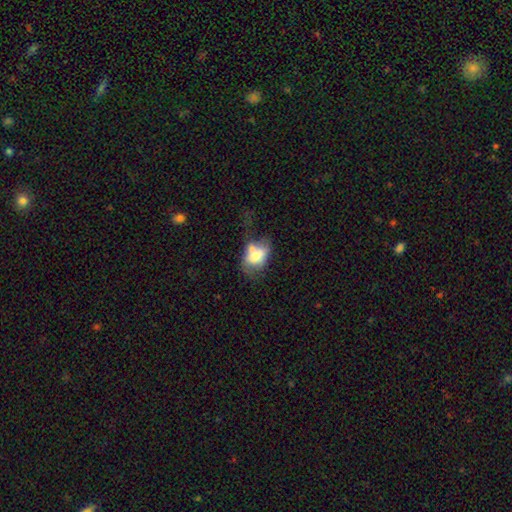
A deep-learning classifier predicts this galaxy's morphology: A smooth galaxy with no disk features (61%) that is in between round and cigar-shaped (77%).

Vote fractions:
- Smooth or featured? smooth: 61% / featured or disk: 31% / star or artifact: 8%
- How rounded? in between: 77% / round: 21% / cigar-shaped: 2%
- Merging? merger: 36% / none: 25% / major disturbance: 20% / minor disturbance: 19%